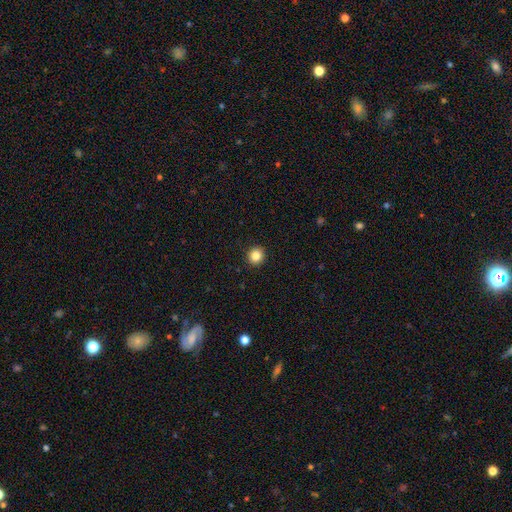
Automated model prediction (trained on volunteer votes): Morphology: type=smooth (84%); roundness=round (93%); merging=none (94%).